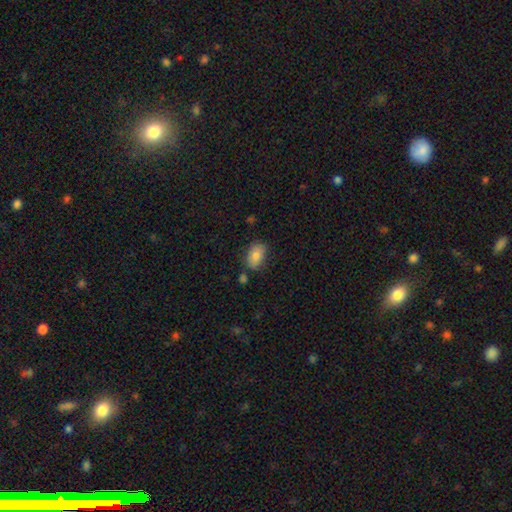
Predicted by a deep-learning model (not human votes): Smooth or featured? Predicted: smooth (p=0.82). How rounded? Predicted: in between (p=0.89). Merging? Predicted: none (p=0.76).